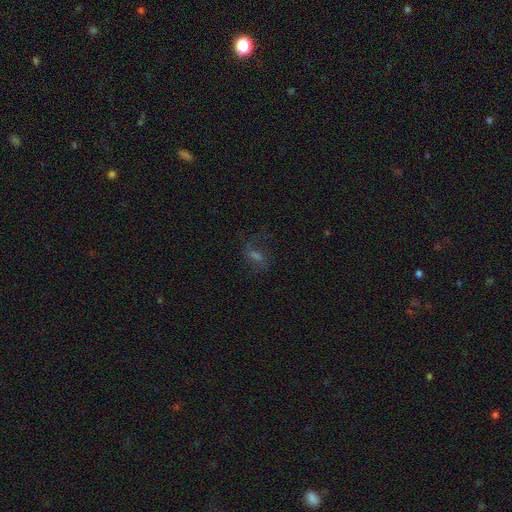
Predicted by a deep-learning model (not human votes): A featured or disk galaxy (41%). Merging: none (67%).